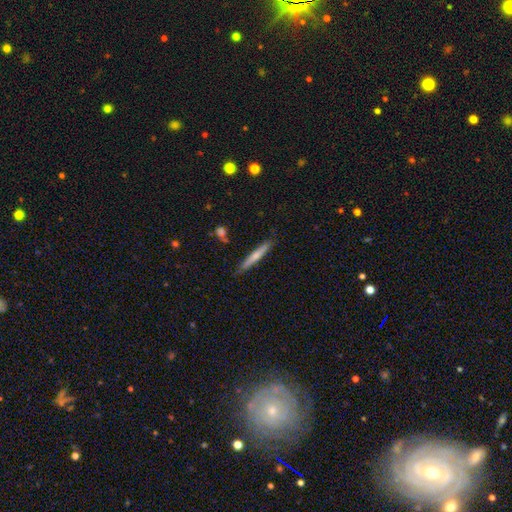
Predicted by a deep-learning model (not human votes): Smooth or featured? Predicted: smooth (p=0.57). How rounded? Predicted: cigar-shaped (p=0.94). Merging? Predicted: none (p=0.85).